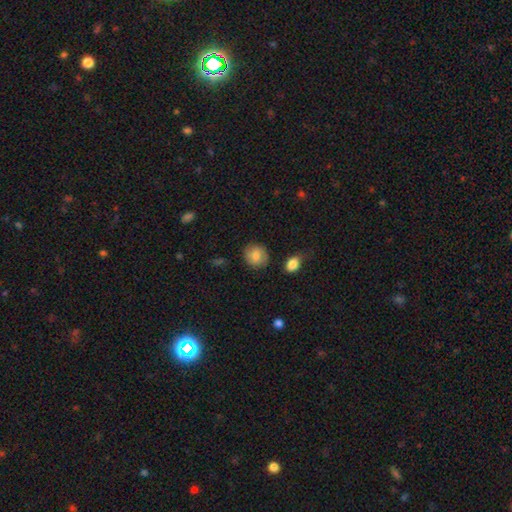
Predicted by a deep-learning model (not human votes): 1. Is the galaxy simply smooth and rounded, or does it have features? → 81% smooth, 12% featured or disk, 8% star or artifact.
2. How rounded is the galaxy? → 82% round, 17% in between, 1% cigar-shaped.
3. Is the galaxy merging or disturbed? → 83% none, 12% minor disturbance, 3% major disturbance, 2% merger.